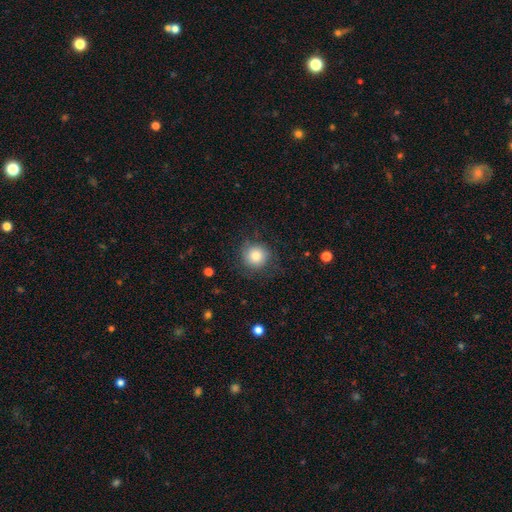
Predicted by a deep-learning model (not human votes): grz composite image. It shows a smooth galaxy with no disk features (83%) that is round (92%). Merging: none (78%).